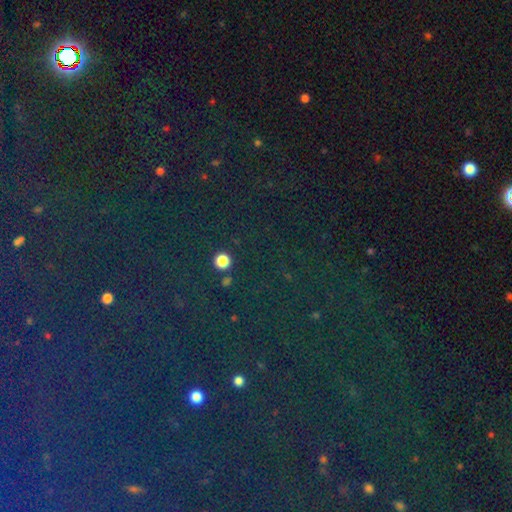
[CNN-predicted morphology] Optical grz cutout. It shows a star or artifact, not a galaxy (80%).